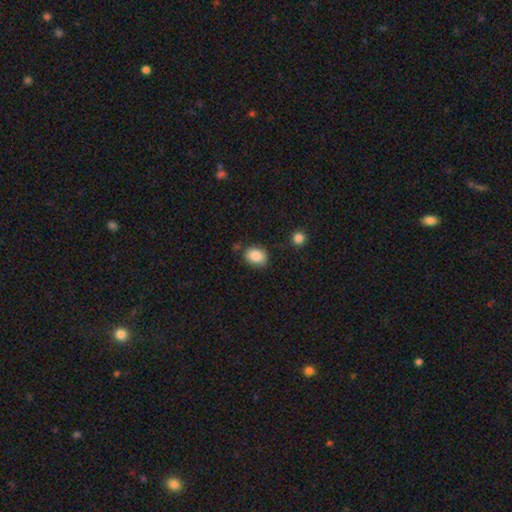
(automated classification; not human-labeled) Morphology: type=smooth (87%); roundness=in between (65%); merging=none (77%).